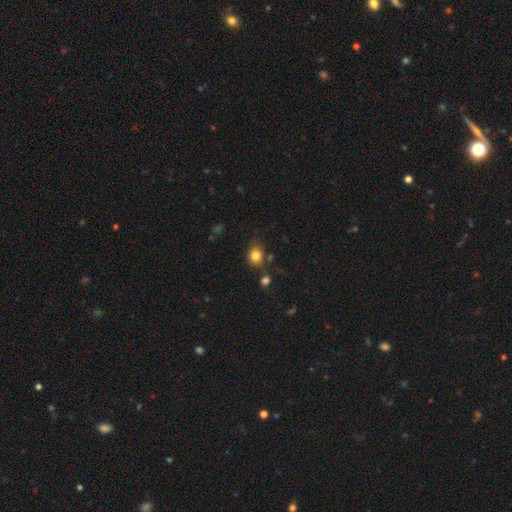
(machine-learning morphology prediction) A smooth galaxy with no disk features (82%) that is round (59%).

Vote fractions:
- Smooth or featured? smooth: 82% / star or artifact: 11% / featured or disk: 7%
- How rounded? round: 59% / in between: 40% / cigar-shaped: 1%
- Merging? none: 73% / minor disturbance: 15% / merger: 7% / major disturbance: 4%